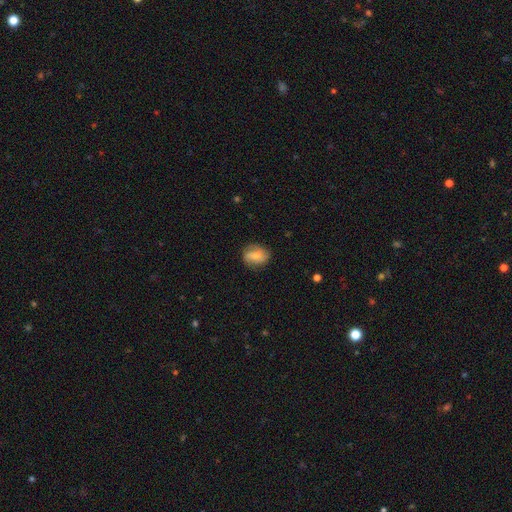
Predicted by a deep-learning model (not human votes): Smooth or featured?
  - smooth: 59% *
  - featured or disk: 33%
  - star or artifact: 8%
How rounded?
  - in between: 53% *
  - round: 45%
  - cigar-shaped: 2%
Merging?
  - none: 74% *
  - minor disturbance: 19%
  - major disturbance: 6%
  - merger: 1%